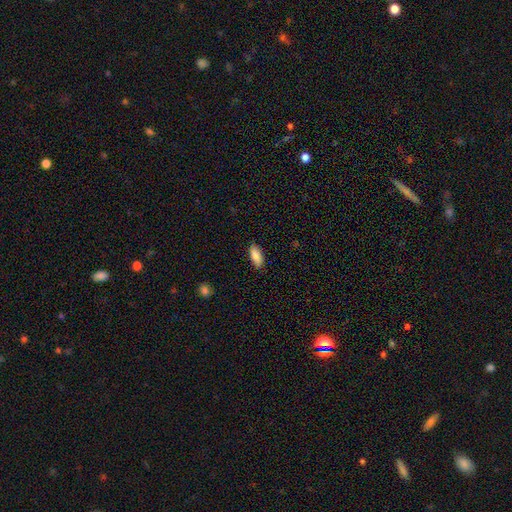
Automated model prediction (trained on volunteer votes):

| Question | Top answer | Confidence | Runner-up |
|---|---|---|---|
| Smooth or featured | smooth | 88% | star or artifact (6%) |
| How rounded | in between | 84% | cigar-shaped (14%) |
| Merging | none | 86% | minor disturbance (11%) |